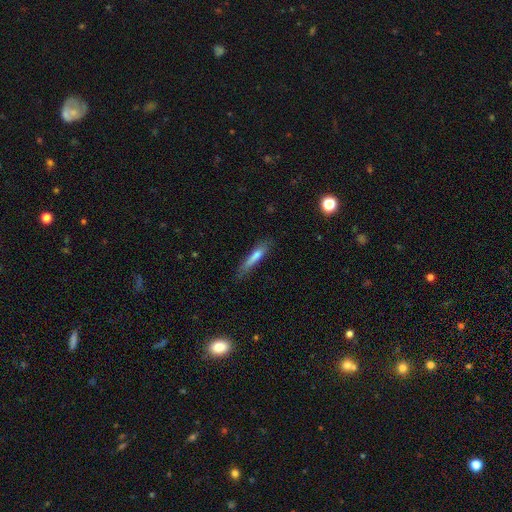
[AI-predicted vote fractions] A smooth galaxy with no disk features (70%) that is cigar-shaped (89%). Merging: none (65%).